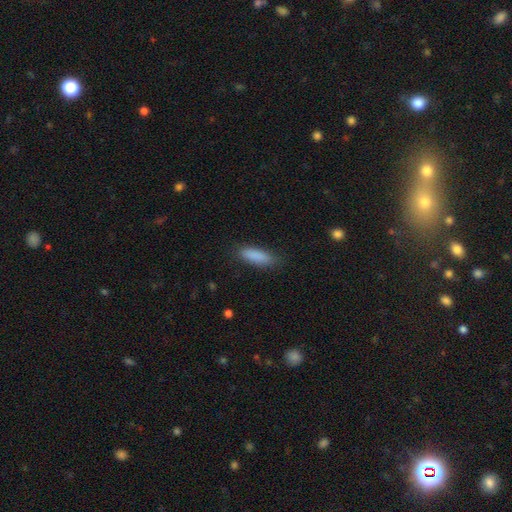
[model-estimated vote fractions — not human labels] smooth-or-featured: smooth: 88% | star or artifact: 7% | featured or disk: 6%
  how-rounded: in between: 51% | cigar-shaped: 47% | round: 2%
  merging: none: 82% | minor disturbance: 13% | major disturbance: 3% | merger: 1%